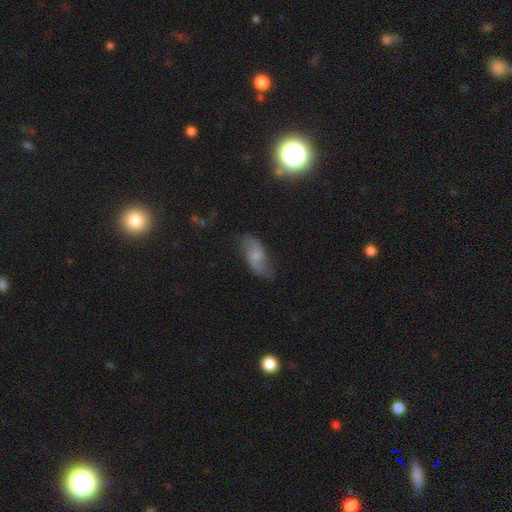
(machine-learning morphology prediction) This is possibly a featured or disk galaxy (59%). It is clearly not viewed edge-on (93%). Bar: possibly no (52%). Spiral arm pattern: clearly yes (89%). Central bulge: marginally small (38%). Merging: likely none (72%).